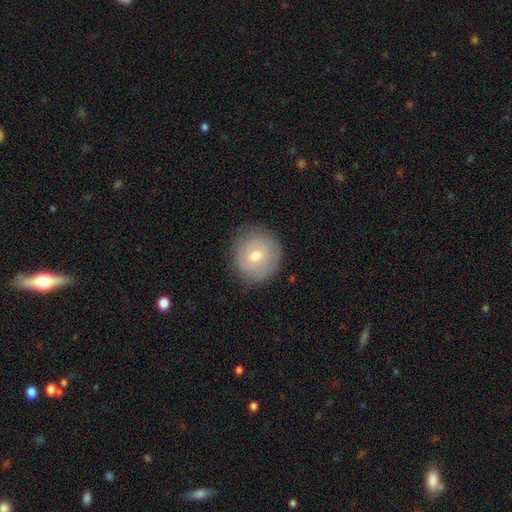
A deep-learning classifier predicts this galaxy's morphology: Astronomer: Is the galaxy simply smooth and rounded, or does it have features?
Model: smooth — 65%.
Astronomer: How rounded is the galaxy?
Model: round — 88%.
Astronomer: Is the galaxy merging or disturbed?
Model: none — 85%.